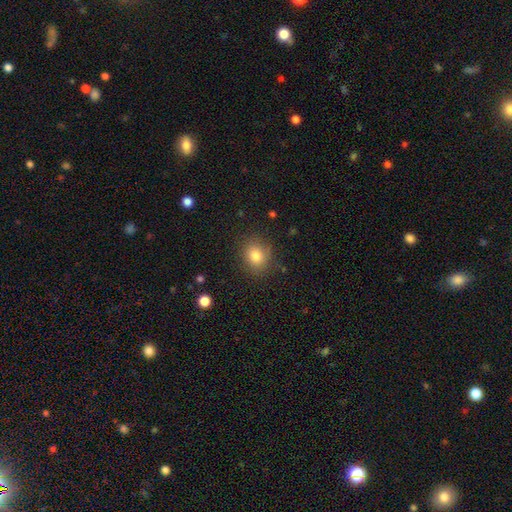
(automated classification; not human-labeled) Smooth or featured: smooth — 82% (star or artifact — 11%)
How rounded: round — 65% (in between — 34%)
Merging: none — 81% (minor disturbance — 13%)